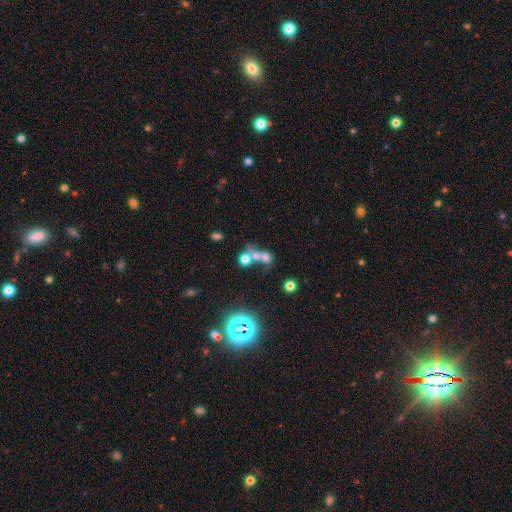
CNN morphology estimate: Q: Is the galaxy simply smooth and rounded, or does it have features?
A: smooth — 55%.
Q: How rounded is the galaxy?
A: round — 71%.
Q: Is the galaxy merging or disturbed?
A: merger — 57%.